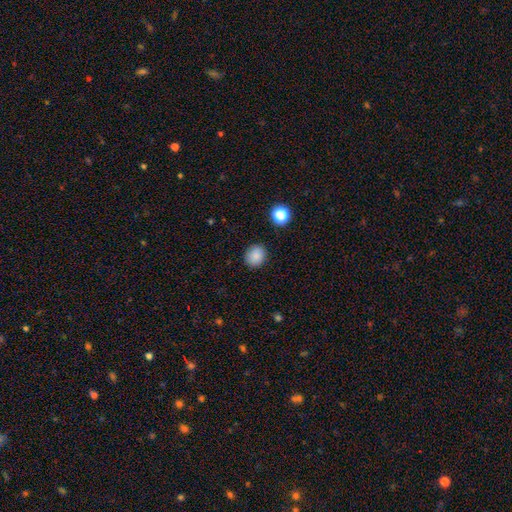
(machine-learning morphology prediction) This appears to be a smooth galaxy with no disk features (86%) that is round (73%). Merging: none (88%).